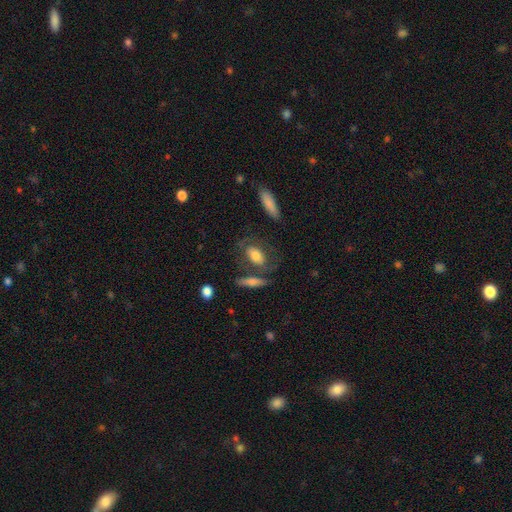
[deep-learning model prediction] Smooth or featured? Predicted: smooth (p=0.61). How rounded? Predicted: in between (p=0.81). Merging? Predicted: none (p=0.59).